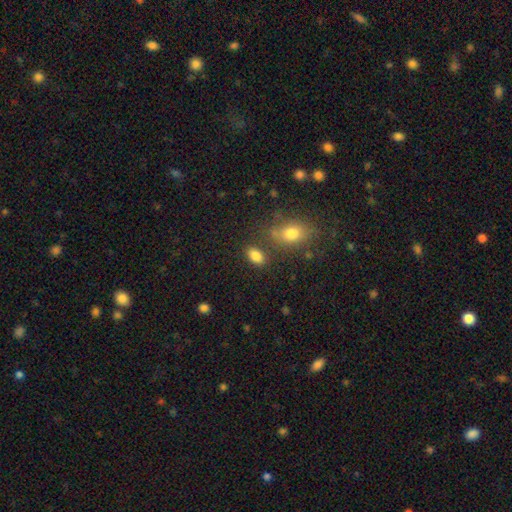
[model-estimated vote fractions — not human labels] Overall: smooth (85%). How rounded: in between (89%). Merging: none (77%).